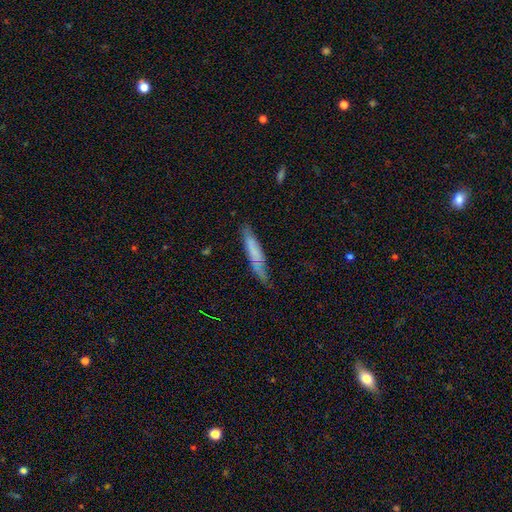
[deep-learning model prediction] Overall: smooth (58%; featured or disk 35%). How rounded: cigar-shaped (91%). Merging: none (66%).